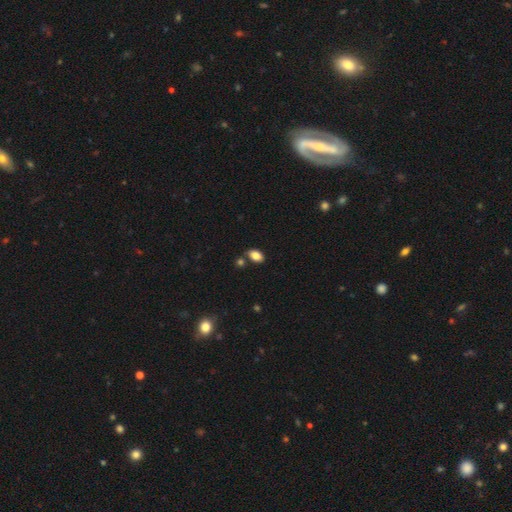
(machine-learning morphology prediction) Smooth or featured? smooth (84%)
How rounded? in between (88%)
Merging? none (73%)